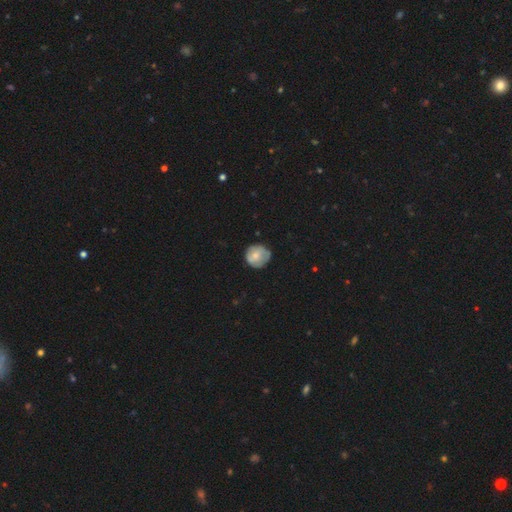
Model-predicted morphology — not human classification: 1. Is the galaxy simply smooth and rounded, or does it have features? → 67% smooth, 26% featured or disk, 7% star or artifact.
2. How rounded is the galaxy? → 89% round, 10% in between, 1% cigar-shaped.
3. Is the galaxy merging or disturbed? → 69% none, 24% minor disturbance, 6% major disturbance, 1% merger.